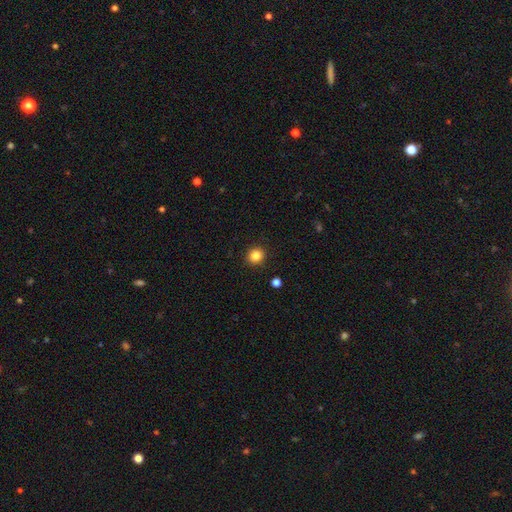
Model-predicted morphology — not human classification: Smooth or featured? smooth (84%)
How rounded? round (90%)
Merging? none (92%)